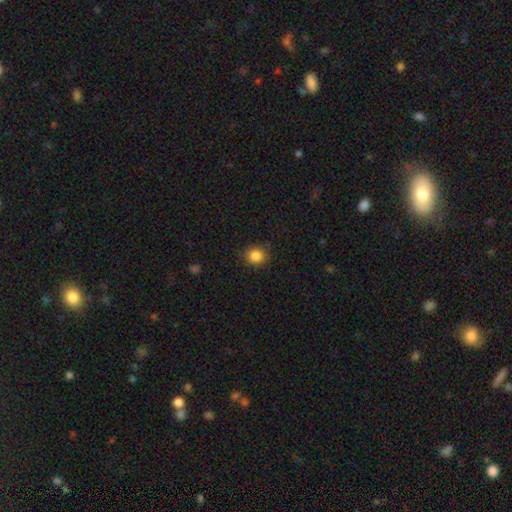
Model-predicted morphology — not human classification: This is clearly a smooth galaxy (86%). How rounded: clearly round (82%). Merging: clearly none (86%).